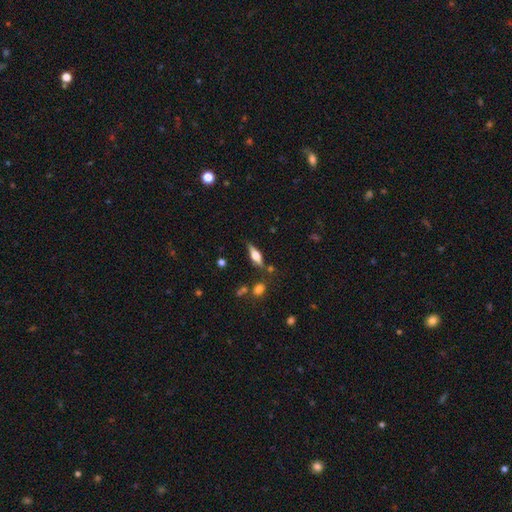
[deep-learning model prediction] This is possibly a featured or disk galaxy (49%). Merging: likely none (75%).